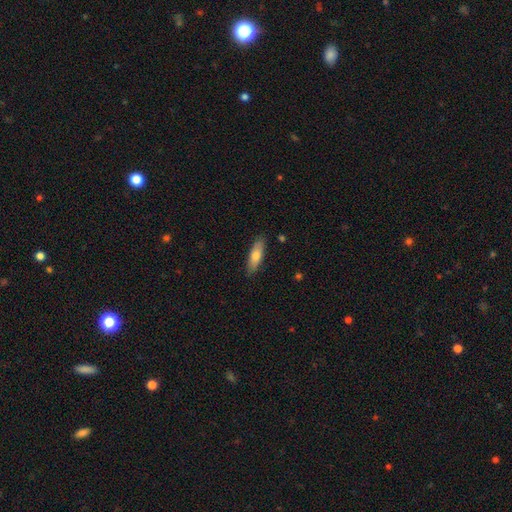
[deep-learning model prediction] Morphology: type=smooth (69%); roundness=in between (51%); merging=none (87%).